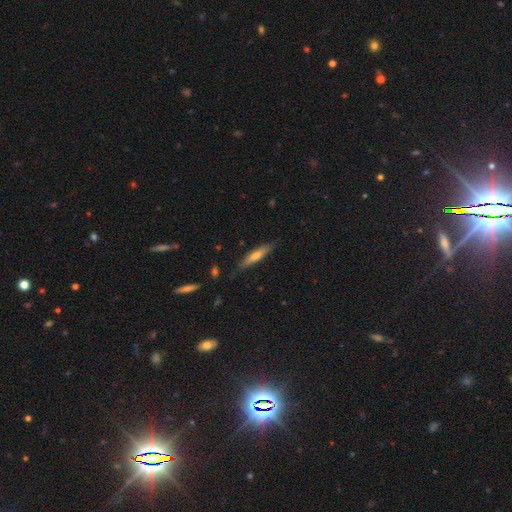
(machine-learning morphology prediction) Overall: smooth (51%; featured or disk 42%). How rounded: cigar-shaped (85%). Merging: none (82%).